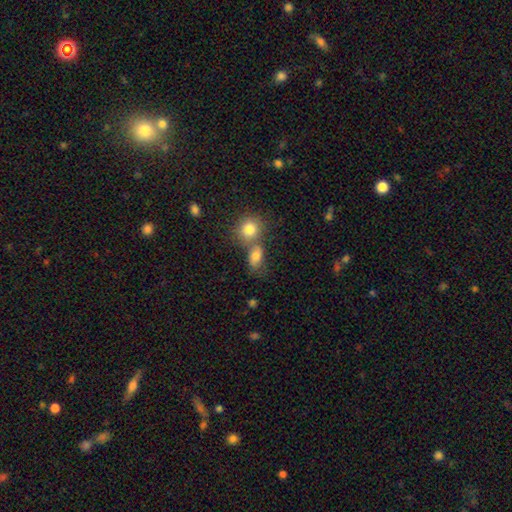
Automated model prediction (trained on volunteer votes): Morphology: type=smooth (80%); roundness=in between (70%); merging=merger (43%).